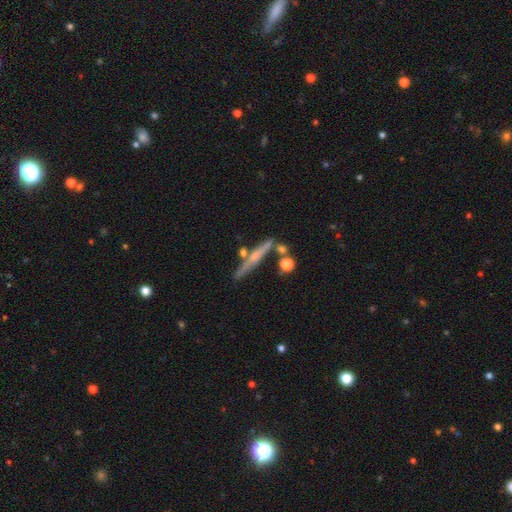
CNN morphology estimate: smooth-or-featured: featured or disk: 63% | smooth: 29% | star or artifact: 8%
  disk-edge-on: yes: 95% | no: 5%
    edge-on-bulge: rounded: 67% | none: 26% | boxy: 7%
  merging: none: 75% | minor disturbance: 12% | merger: 10% | major disturbance: 3%